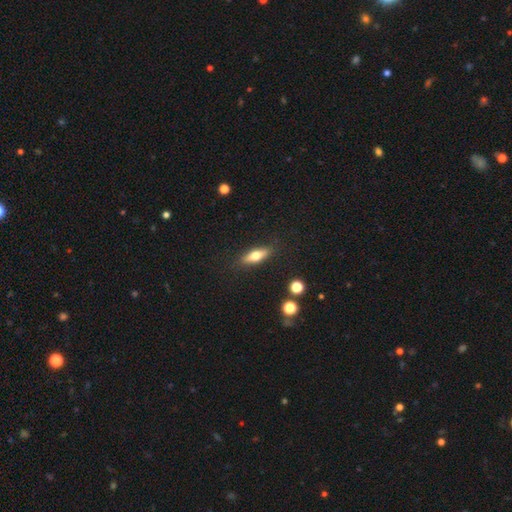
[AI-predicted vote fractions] smooth-or-featured: smooth: 61% | featured or disk: 32% | star or artifact: 7%
  how-rounded: in between: 53% | cigar-shaped: 44% | round: 4%
  merging: none: 86% | minor disturbance: 10% | major disturbance: 3% | merger: 2%